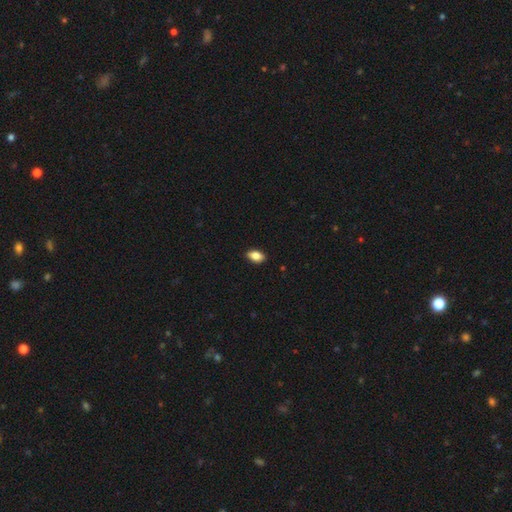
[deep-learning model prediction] Smooth or featured? smooth (83%)
How rounded? in between (89%)
Merging? none (88%)